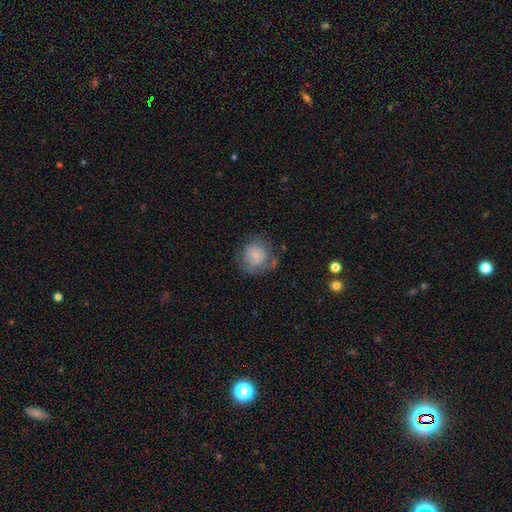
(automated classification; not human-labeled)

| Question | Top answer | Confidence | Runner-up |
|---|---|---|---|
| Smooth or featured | smooth | 74% | featured or disk (18%) |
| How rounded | round | 86% | in between (13%) |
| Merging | none | 57% | minor disturbance (25%) |